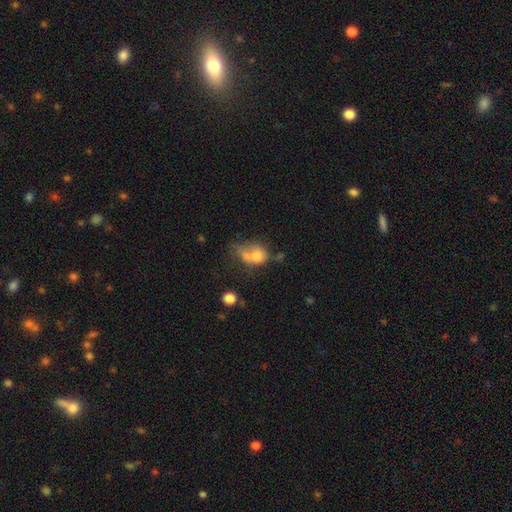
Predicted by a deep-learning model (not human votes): Smooth or featured? Predicted: smooth (p=0.69). How rounded? Predicted: in between (p=0.50). Merging? Predicted: merger (p=0.43).